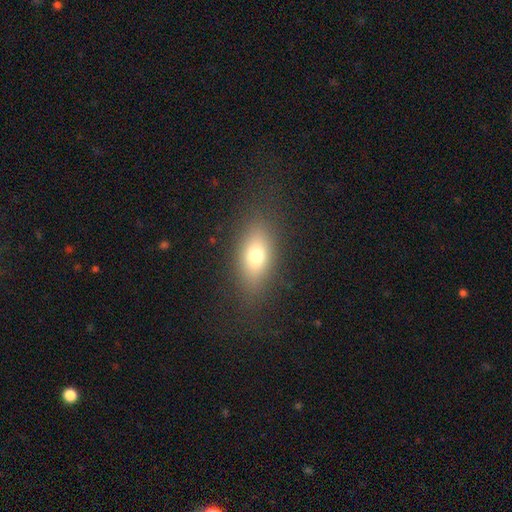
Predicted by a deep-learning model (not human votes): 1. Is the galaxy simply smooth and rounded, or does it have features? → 72% smooth, 17% featured or disk, 11% star or artifact.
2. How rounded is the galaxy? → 80% in between, 11% round, 9% cigar-shaped.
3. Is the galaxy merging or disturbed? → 83% none, 11% minor disturbance, 5% major disturbance, 1% merger.